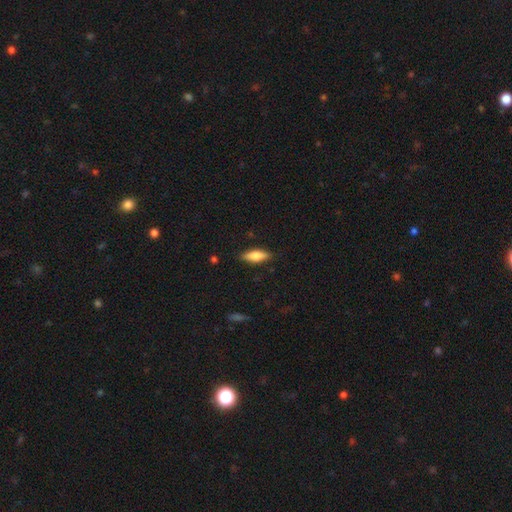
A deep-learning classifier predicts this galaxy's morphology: Overall: smooth (70%). How rounded: in between (59%; cigar-shaped 38%). Merging: none (86%).